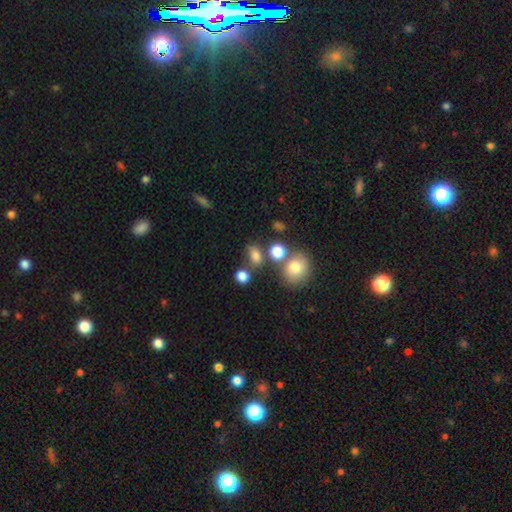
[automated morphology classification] A smooth galaxy with no disk features (78%) that is in between round and cigar-shaped (61%).

Vote fractions:
- Smooth or featured? smooth: 78% / star or artifact: 14% / featured or disk: 8%
- How rounded? in between: 61% / round: 36% / cigar-shaped: 3%
- Merging? none: 59% / merger: 19% / minor disturbance: 15% / major disturbance: 7%